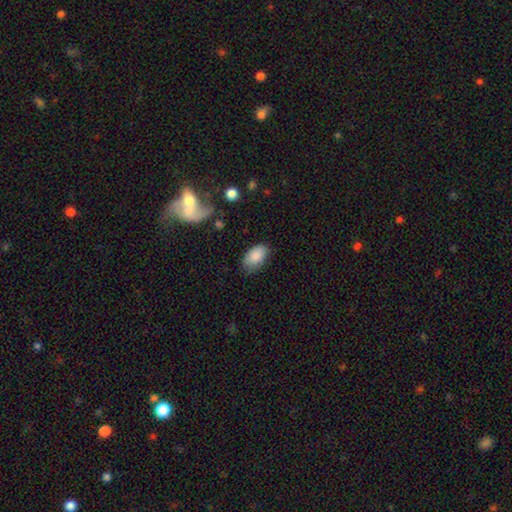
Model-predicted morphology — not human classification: Q: Smooth or featured?
A: smooth (87%); runner-up: star or artifact (7%)
Q: How rounded?
A: in between (94%); runner-up: round (5%)
Q: Merging?
A: none (73%); runner-up: minor disturbance (20%)